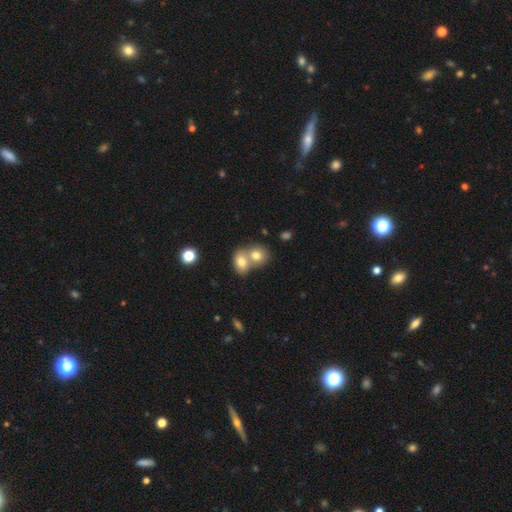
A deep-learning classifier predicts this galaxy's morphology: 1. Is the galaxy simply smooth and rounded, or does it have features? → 76% smooth, 15% featured or disk, 9% star or artifact.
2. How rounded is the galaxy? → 51% round, 48% in between, 1% cigar-shaped.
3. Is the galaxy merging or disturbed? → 65% merger, 26% none, 6% minor disturbance, 2% major disturbance.